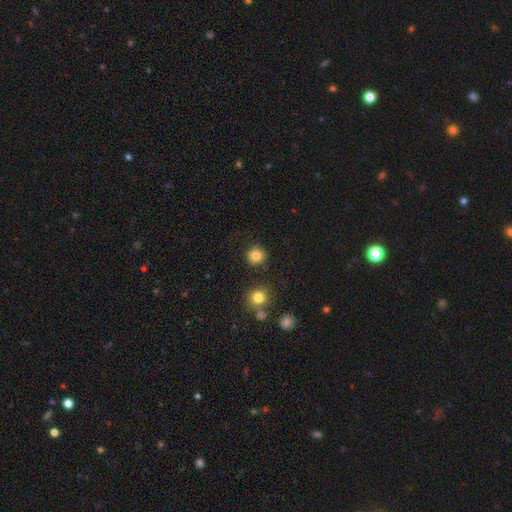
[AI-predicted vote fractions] This appears to be a smooth galaxy with no disk features (83%) that is round (91%). Merging: none (86%).